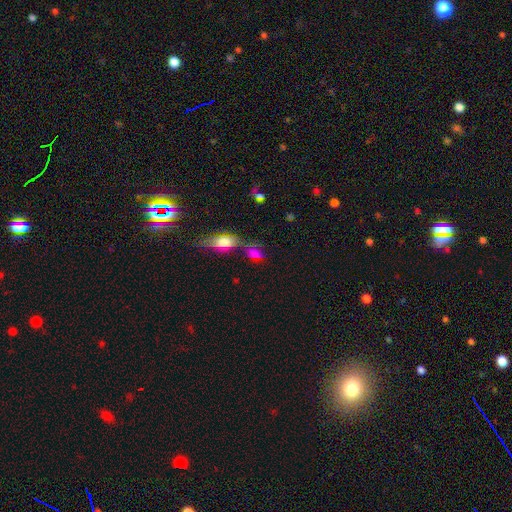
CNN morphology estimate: smooth-or-featured: smooth: 58% | star or artifact: 27% | featured or disk: 15%
  how-rounded: in between: 71% | round: 18% | cigar-shaped: 11%
  merging: none: 51% | merger: 22% | minor disturbance: 17% | major disturbance: 10%